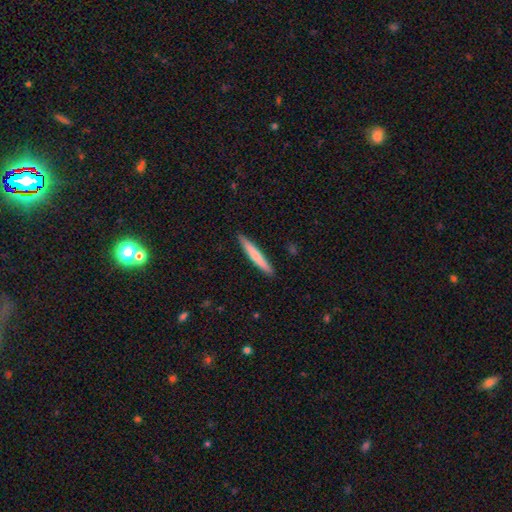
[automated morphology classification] Smooth or featured: smooth — 66% (featured or disk — 28%)
How rounded: cigar-shaped — 95% (in between — 4%)
Merging: none — 91% (minor disturbance — 7%)